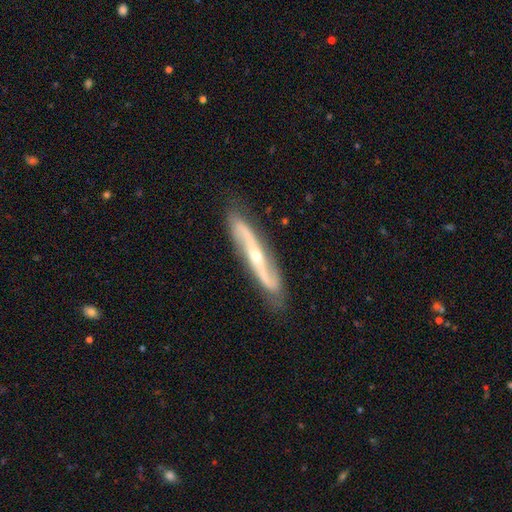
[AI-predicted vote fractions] A featured or disk galaxy (87%) with a strong bar (39%), 2 (93%) loose (61%) spiral arms (95%) and a small central bulge (55%).

Vote fractions:
- Smooth or featured? featured or disk: 87% / smooth: 9% / star or artifact: 5%
- Edge-on disk? no: 71% / yes: 29%
- Bar? strong: 39% / no: 35% / weak: 27%
- Spiral arms? yes: 95% / no: 5%
- Spiral winding? loose: 61% / medium: 27% / tight: 12%
- Spiral arm count? 2: 93% / can't tell: 3% / 1: 1% / 3: 1% / 4: 1% / more than 4: 1%
- Bulge size? small: 55% / moderate: 41% / large: 2% / none: 1% / dominant: 1%
- Merging? none: 85% / minor disturbance: 11% / major disturbance: 3% / merger: 1%